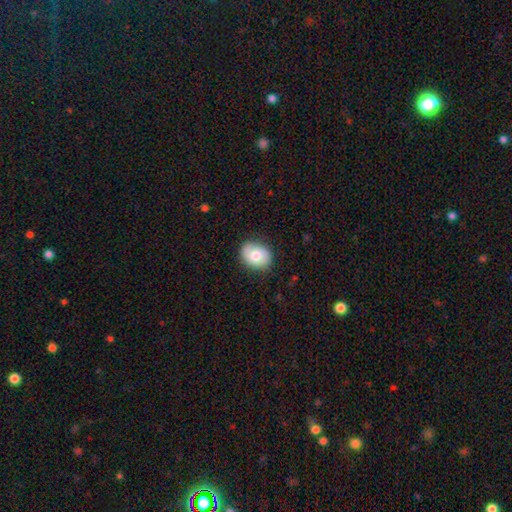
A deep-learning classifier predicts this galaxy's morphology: smooth-or-featured: smooth: 70% | featured or disk: 23% | star or artifact: 7%
  how-rounded: round: 50% | in between: 49% | cigar-shaped: 1%
  merging: none: 82% | minor disturbance: 14% | major disturbance: 3% | merger: 1%